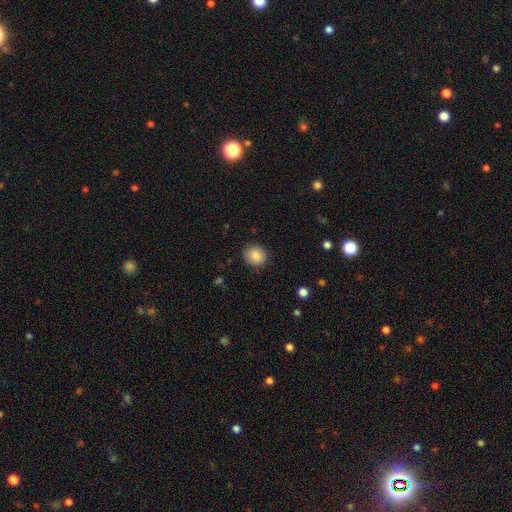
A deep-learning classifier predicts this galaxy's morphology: This appears to be a smooth galaxy with no disk features (87%) that is round (77%). Merging: none (88%).